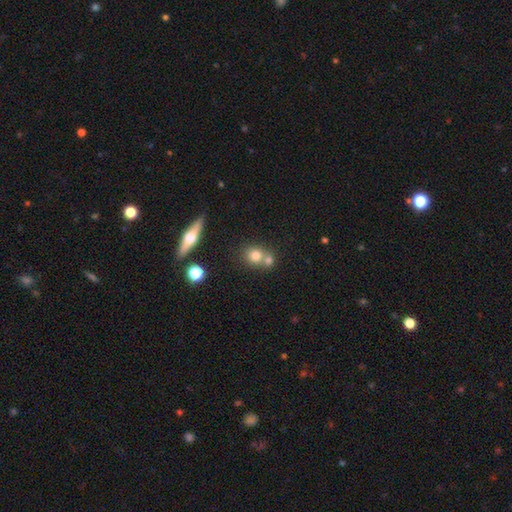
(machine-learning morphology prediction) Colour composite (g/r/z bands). It shows a smooth galaxy with no disk features (75%) that is round (79%). Merging: merger (46%).